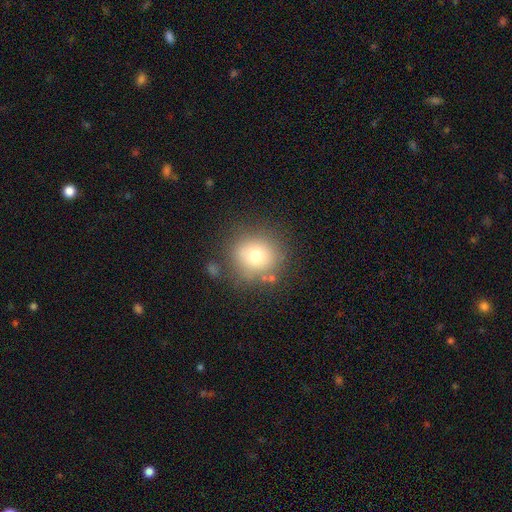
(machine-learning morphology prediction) This appears to be a smooth galaxy with no disk features (73%) that is round (90%). Merging: none (79%).